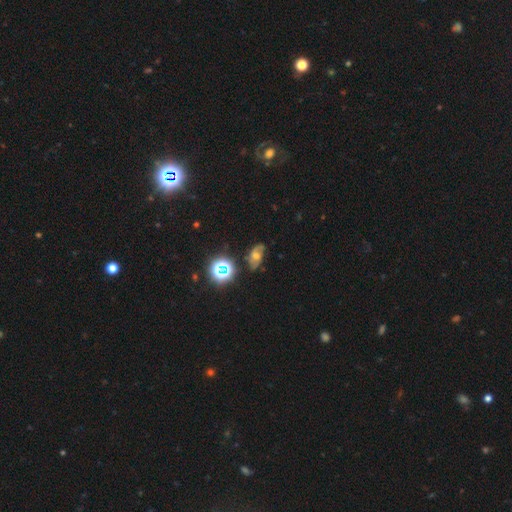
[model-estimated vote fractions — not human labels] Smooth or featured? featured or disk (50%)
Merging? none (64%)